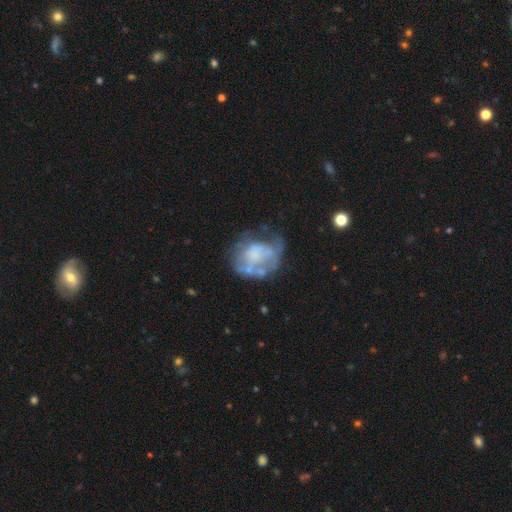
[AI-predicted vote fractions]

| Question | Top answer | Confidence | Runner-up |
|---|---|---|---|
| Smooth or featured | featured or disk | 59% | smooth (31%) |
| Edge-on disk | no | 98% | yes (2%) |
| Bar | no | 88% | weak (9%) |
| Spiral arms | no | 81% | yes (19%) |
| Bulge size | none | 59% | moderate (16%) |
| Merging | none | 36% | major disturbance (32%) |